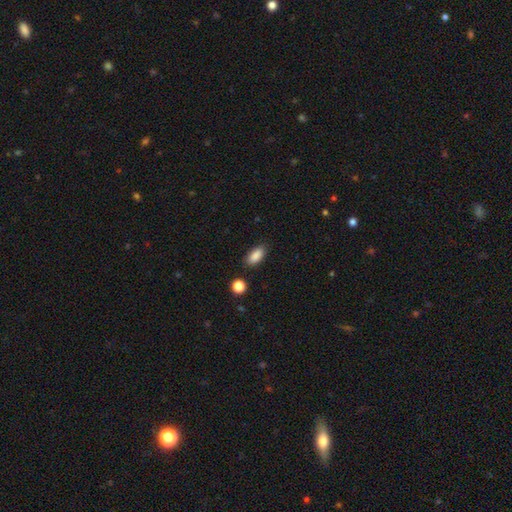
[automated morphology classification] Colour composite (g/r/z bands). It shows a smooth galaxy with no disk features (88%) that is in between round and cigar-shaped (88%). Merging: none (84%).